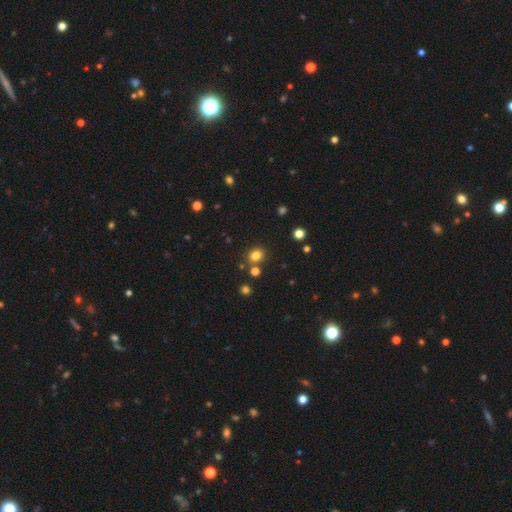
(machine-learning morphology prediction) smooth 81%, star or artifact 14%, featured or disk 5%. Down the decision tree: how rounded — round (62%); merging — none (79%).